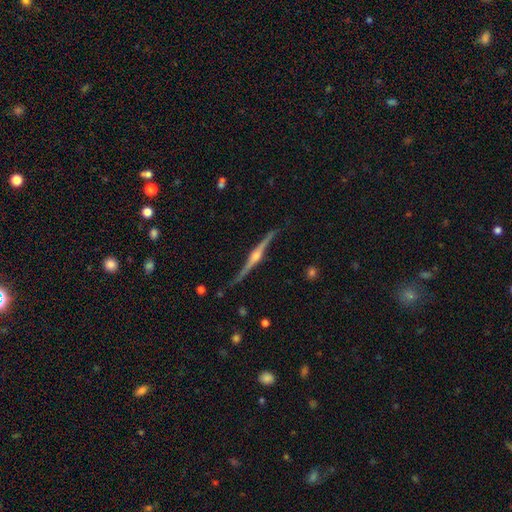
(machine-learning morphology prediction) This is clearly a featured or disk galaxy (89%). It is clearly viewed edge-on (97%). Edge-on bulge: clearly rounded (93%). Merging: clearly none (82%).